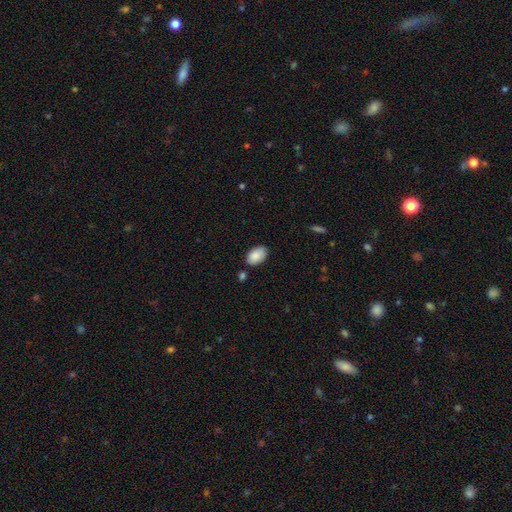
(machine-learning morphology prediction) Smooth or featured? Predicted: smooth (p=0.88). How rounded? Predicted: in between (p=0.93). Merging? Predicted: none (p=0.79).